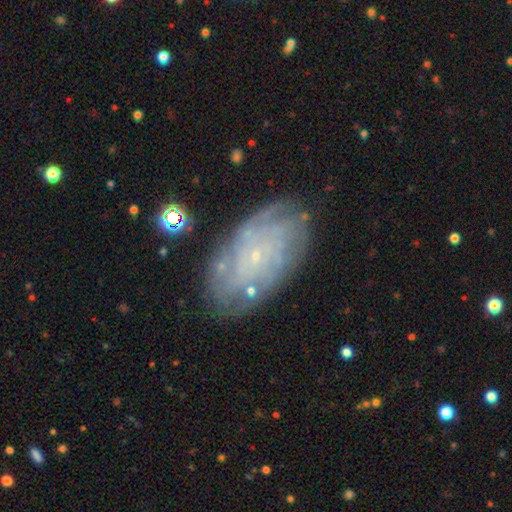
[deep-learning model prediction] A featured or disk galaxy (70%) with no bar (85%), tight (73%) spiral arms (82%) and a small central bulge (89%). Merging: none (77%).